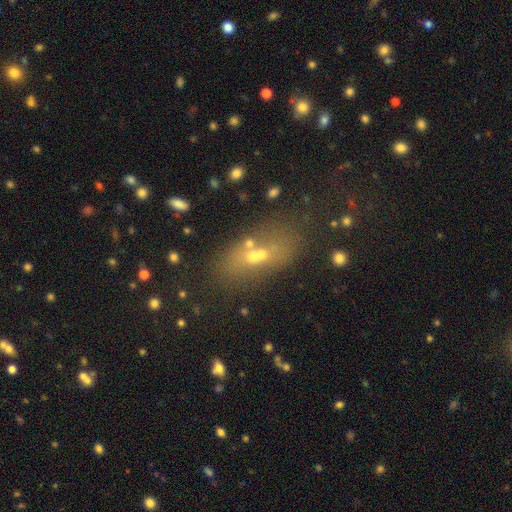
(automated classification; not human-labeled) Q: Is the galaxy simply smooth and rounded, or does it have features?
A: smooth — 51%.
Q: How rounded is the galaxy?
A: in between — 68%.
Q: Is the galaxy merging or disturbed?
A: none — 50%.